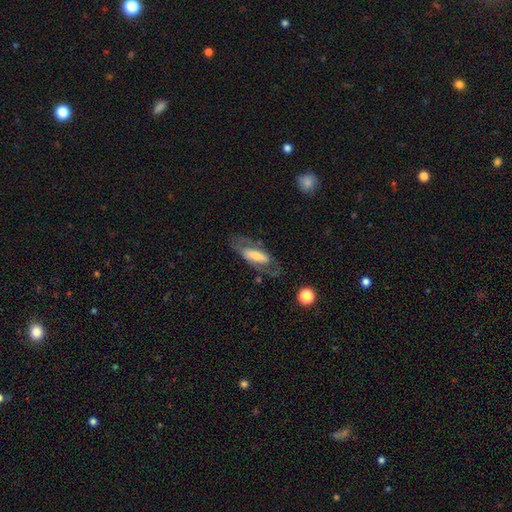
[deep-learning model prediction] smooth-or-featured: featured or disk: 56% | smooth: 38% | star or artifact: 7%
  disk-edge-on: no: 82% | yes: 18%
  merging: none: 60% | minor disturbance: 19% | major disturbance: 18% | merger: 3%